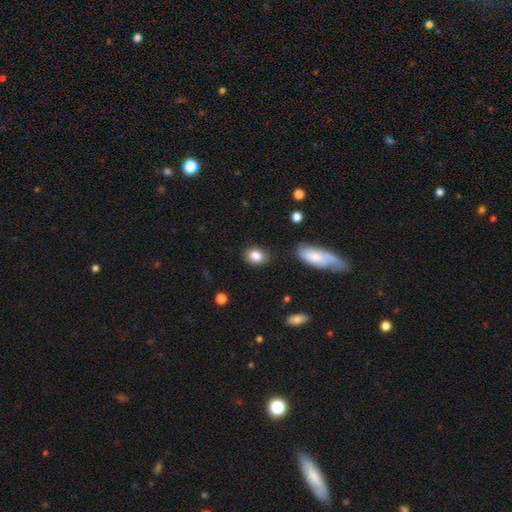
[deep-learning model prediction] This is clearly a smooth galaxy (85%). How rounded: likely in between (62%). Merging: likely none (77%).